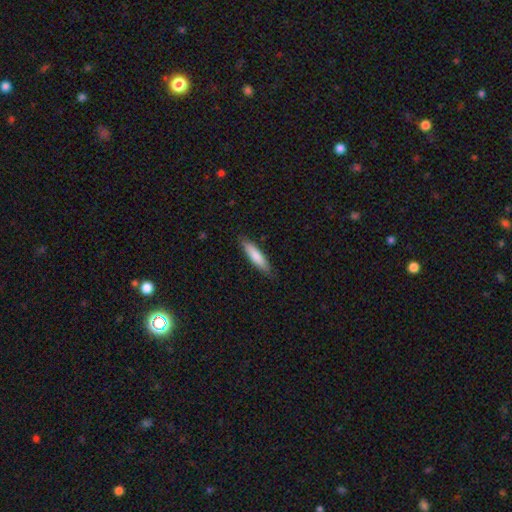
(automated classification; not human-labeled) This is clearly a smooth galaxy (80%). How rounded: likely cigar-shaped (74%). Merging: clearly none (85%).